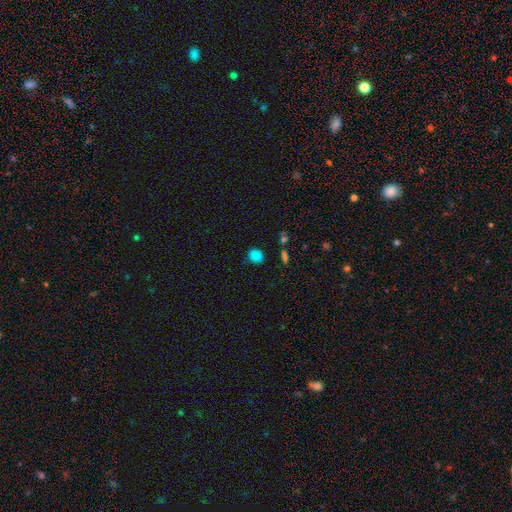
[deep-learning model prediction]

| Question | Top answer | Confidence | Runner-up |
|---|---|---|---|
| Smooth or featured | smooth | 82% | star or artifact (14%) |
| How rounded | round | 58% | in between (40%) |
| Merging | none | 79% | minor disturbance (15%) |